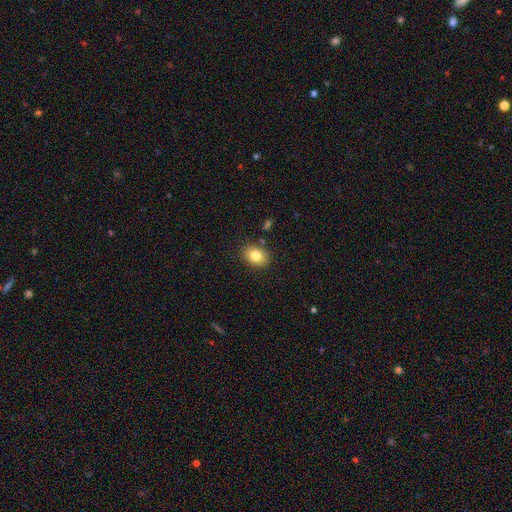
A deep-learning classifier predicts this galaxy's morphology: Smooth or featured? Predicted: smooth (p=0.82). How rounded? Predicted: in between (p=0.62). Merging? Predicted: none (p=0.84).